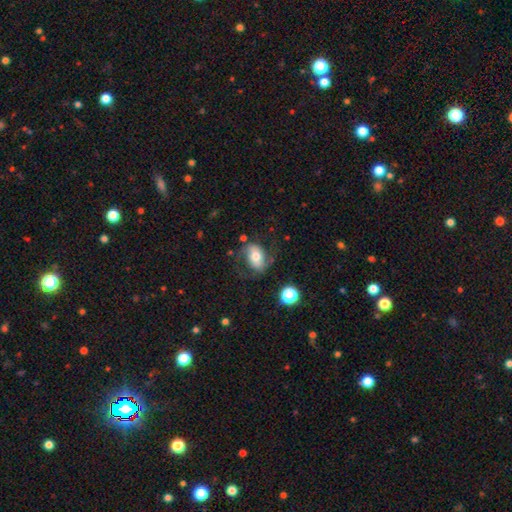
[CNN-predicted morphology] Smooth or featured: featured or disk — 49% (smooth — 41%)
Merging: none — 59% (minor disturbance — 20%)